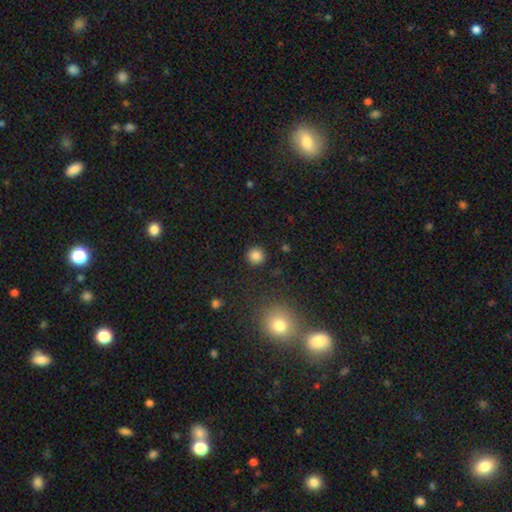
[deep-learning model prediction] Q: Smooth or featured?
A: smooth (84%); runner-up: star or artifact (12%)
Q: How rounded?
A: round (94%); runner-up: in between (5%)
Q: Merging?
A: none (91%); runner-up: minor disturbance (5%)